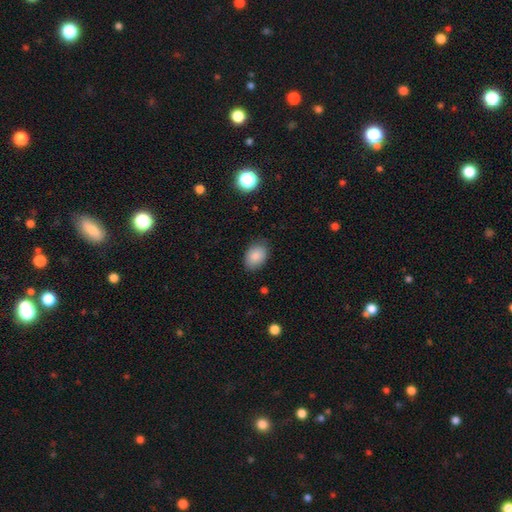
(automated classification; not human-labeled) Smooth or featured: smooth — 87% (star or artifact — 8%)
How rounded: in between — 84% (round — 14%)
Merging: none — 83% (minor disturbance — 13%)